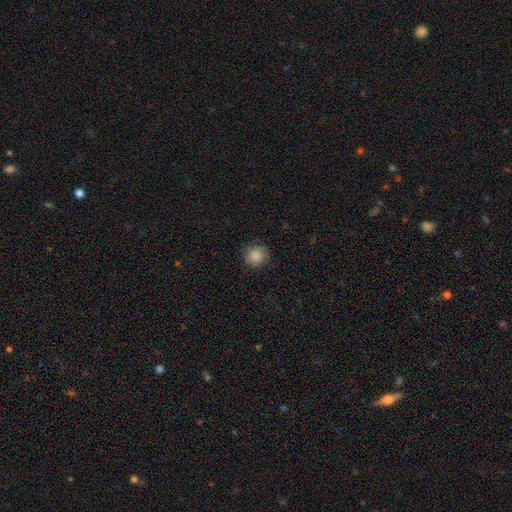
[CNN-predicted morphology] Smooth or featured?
  - smooth: 84% *
  - star or artifact: 10%
  - featured or disk: 6%
How rounded?
  - round: 93% *
  - in between: 6%
  - cigar-shaped: 1%
Merging?
  - none: 86% *
  - minor disturbance: 10%
  - major disturbance: 2%
  - merger: 1%